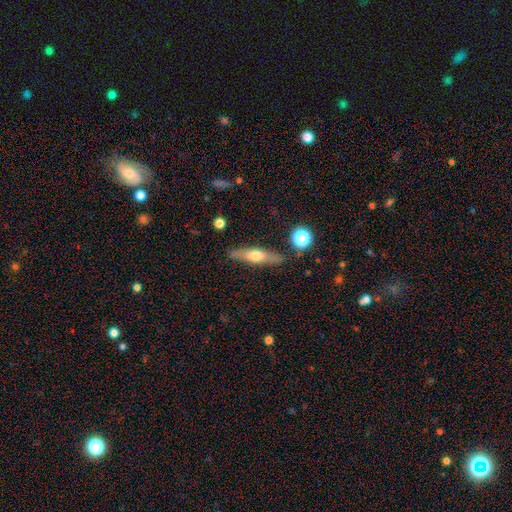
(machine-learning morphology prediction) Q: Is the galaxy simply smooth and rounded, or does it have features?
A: featured or disk — 47%, tied with smooth.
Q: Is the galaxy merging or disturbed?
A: none — 85%.